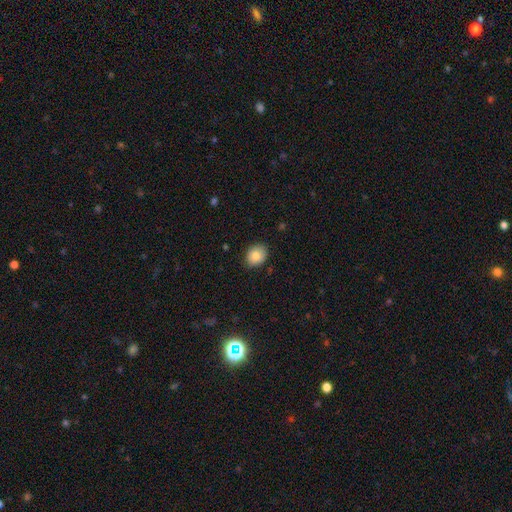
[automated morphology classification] This appears to be a smooth galaxy with no disk features (82%) that is round (53%). Merging: none (83%).